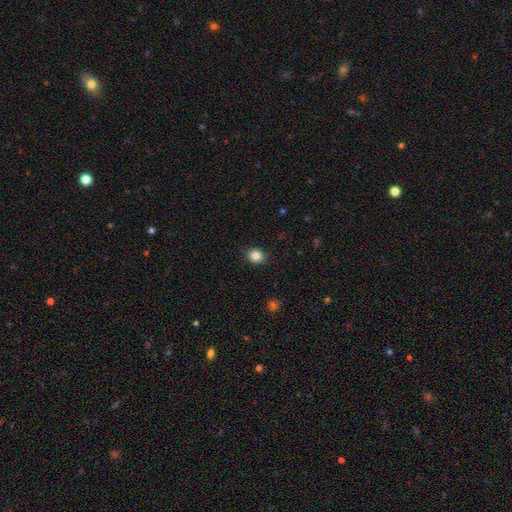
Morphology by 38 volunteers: Smooth or featured? 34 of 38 (89%) said smooth. How rounded? 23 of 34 (68%) said round. Merging? 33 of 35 (94%) said none.